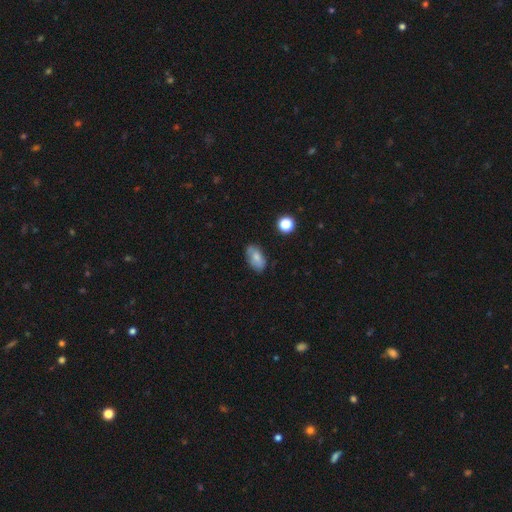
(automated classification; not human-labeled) Smooth or featured?
  - smooth: 67% *
  - featured or disk: 22%
  - star or artifact: 11%
How rounded?
  - in between: 90% *
  - round: 7%
  - cigar-shaped: 3%
Merging?
  - none: 75% *
  - minor disturbance: 19%
  - major disturbance: 4%
  - merger: 2%